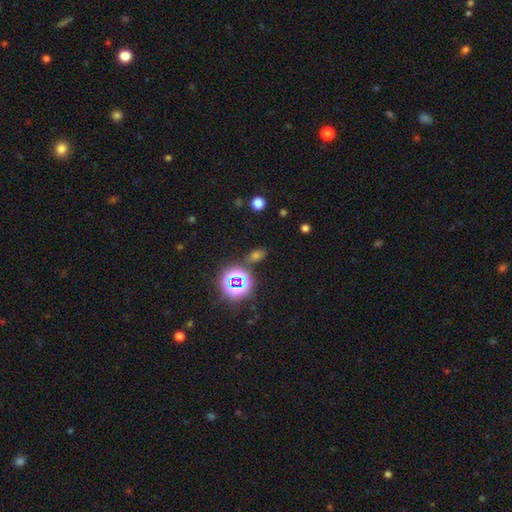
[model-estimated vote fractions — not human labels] The model was most divided on "smooth or featured" (2-way tie): smooth: 45%, star or artifact: 45%, featured or disk: 10%. More confident: merging — none (79%).